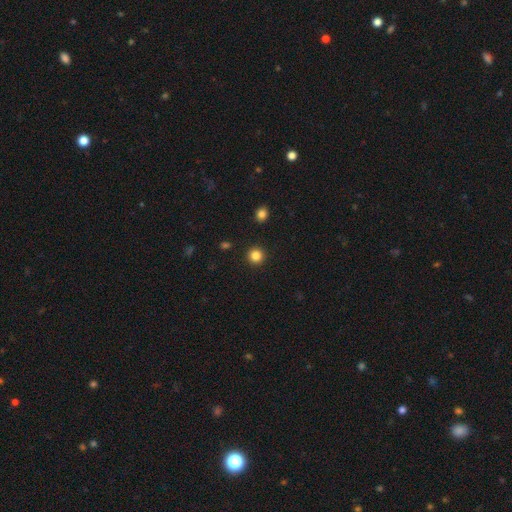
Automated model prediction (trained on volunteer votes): Overall: smooth (84%). How rounded: round (95%). Merging: none (93%).